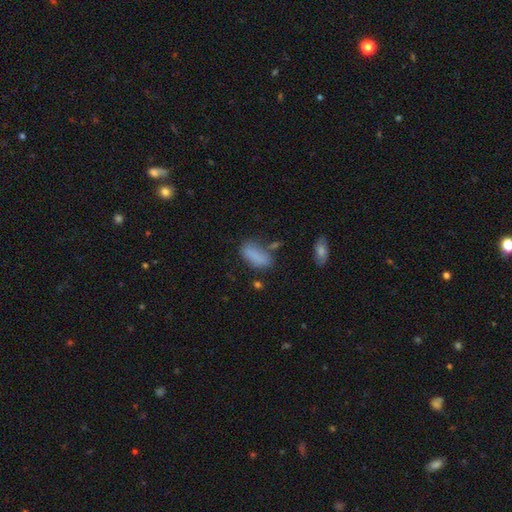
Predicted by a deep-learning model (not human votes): Smooth or featured?
  - smooth: 81% *
  - star or artifact: 10%
  - featured or disk: 9%
How rounded?
  - in between: 84% *
  - cigar-shaped: 12%
  - round: 4%
Merging?
  - none: 55% *
  - minor disturbance: 25%
  - major disturbance: 11%
  - merger: 9%